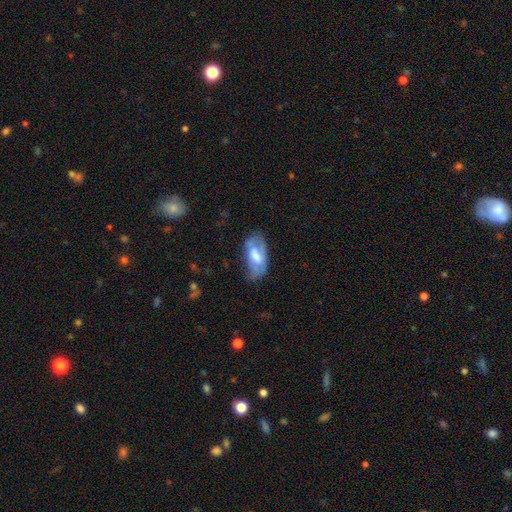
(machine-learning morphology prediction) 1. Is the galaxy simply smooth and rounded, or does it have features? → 52% smooth, 41% featured or disk, 7% star or artifact.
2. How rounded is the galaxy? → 92% in between, 5% cigar-shaped, 3% round.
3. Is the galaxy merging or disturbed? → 49% none, 32% minor disturbance, 16% major disturbance, 3% merger.